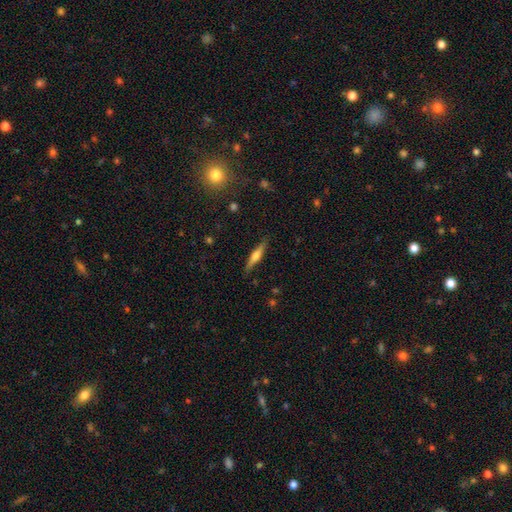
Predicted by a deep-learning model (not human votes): Smooth or featured? featured or disk (55%)
Edge-on disk? yes (96%)
Edge-on bulge? rounded (87%)
Merging? none (88%)